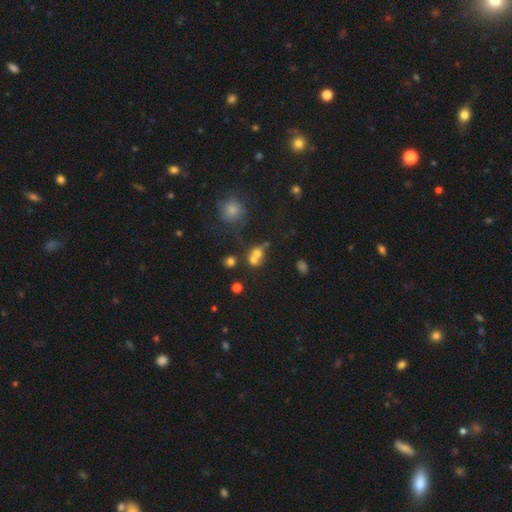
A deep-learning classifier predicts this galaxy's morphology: Smooth or featured? smooth (62%)
How rounded? round (66%)
Merging? merger (58%)